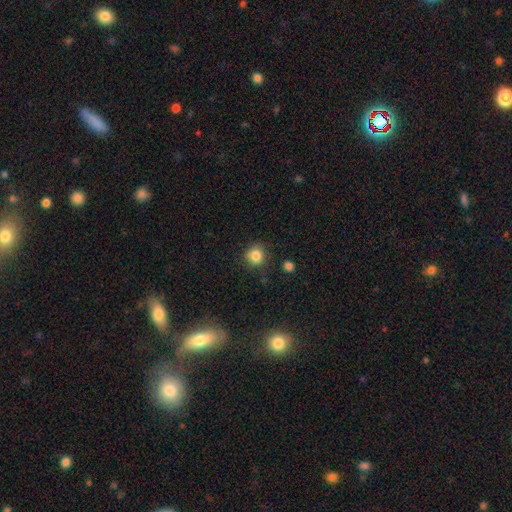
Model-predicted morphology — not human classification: type=smooth (84%); roundness=round (87%); merging=none (82%).